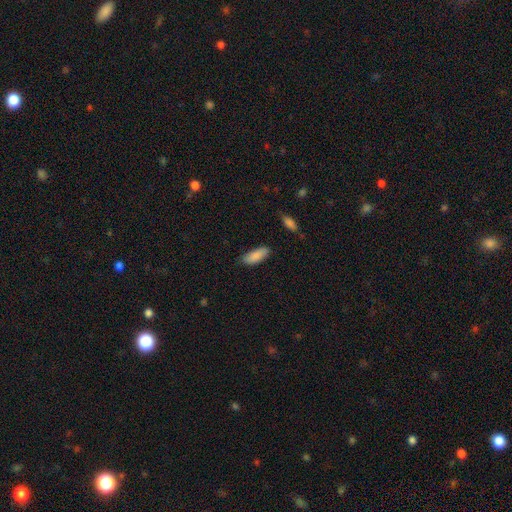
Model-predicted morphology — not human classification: Smooth or featured: smooth — 87% (star or artifact — 6%)
How rounded: in between — 76% (cigar-shaped — 22%)
Merging: none — 81% (minor disturbance — 15%)